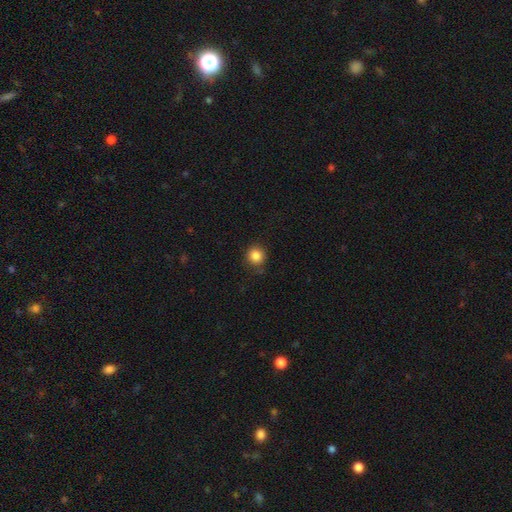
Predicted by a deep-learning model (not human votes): smooth_or_featured: smooth (p=0.85) [alt: star or artifact p=0.10]
how_rounded: round (p=0.90) [alt: in between p=0.09]
merging: none (p=0.82) [alt: minor disturbance p=0.13]